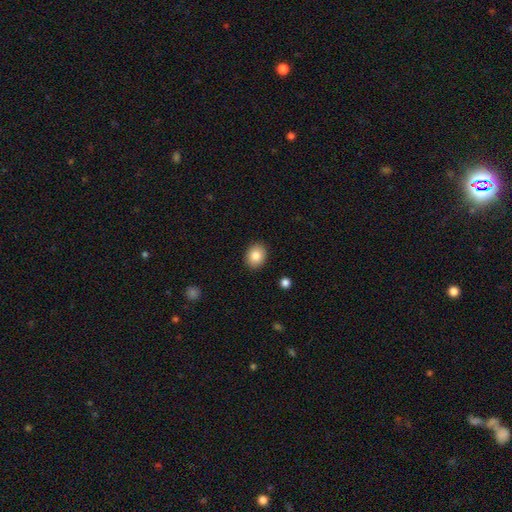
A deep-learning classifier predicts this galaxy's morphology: A smooth galaxy with no disk features (84%) that is round (54%). Merging: none (90%).